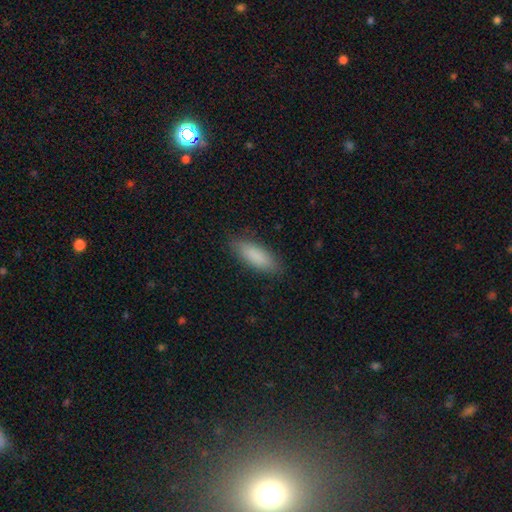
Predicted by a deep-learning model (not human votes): A smooth galaxy with no disk features (88%) that is in between round and cigar-shaped (63%).

Vote fractions:
- Smooth or featured? smooth: 88% / featured or disk: 6% / star or artifact: 6%
- How rounded? in between: 63% / cigar-shaped: 35% / round: 2%
- Merging? none: 86% / minor disturbance: 11% / major disturbance: 2% / merger: 1%